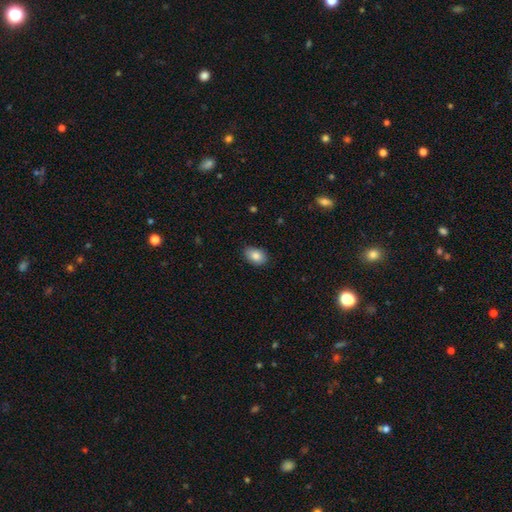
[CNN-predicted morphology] This is clearly a smooth galaxy (85%). How rounded: clearly in between (85%). Merging: clearly none (85%).